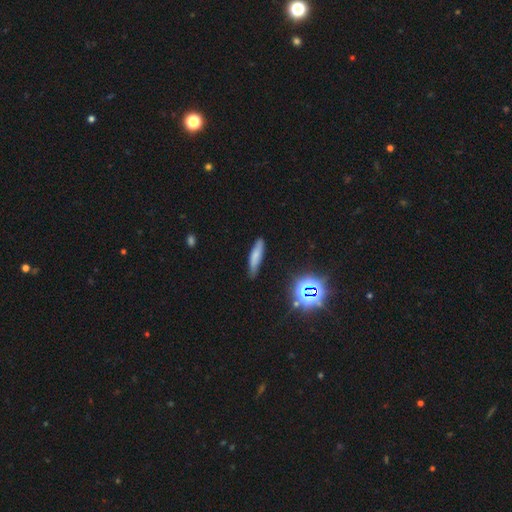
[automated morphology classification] A smooth galaxy with no disk features (70%) that is cigar-shaped (75%). Merging: none (77%).